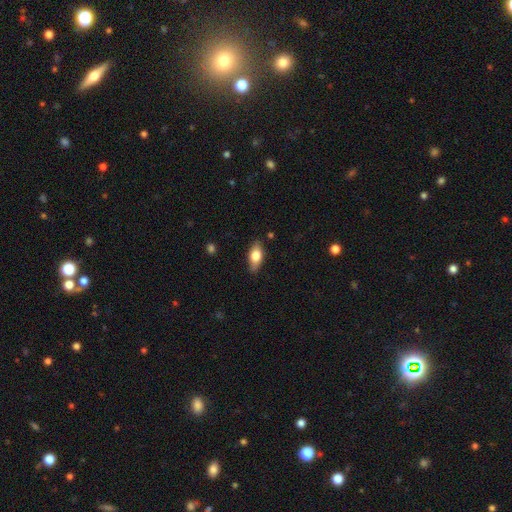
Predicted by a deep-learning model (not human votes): Smooth or featured: smooth — 71% (featured or disk — 23%)
How rounded: in between — 85% (cigar-shaped — 11%)
Merging: none — 82% (minor disturbance — 14%)